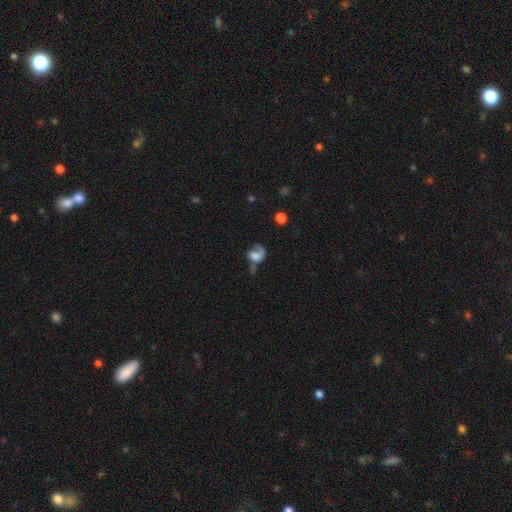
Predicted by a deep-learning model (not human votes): smooth_or_featured: featured or disk (p=0.45) [alt: smooth p=0.44]
merging: major disturbance (p=0.41) [alt: none p=0.27]